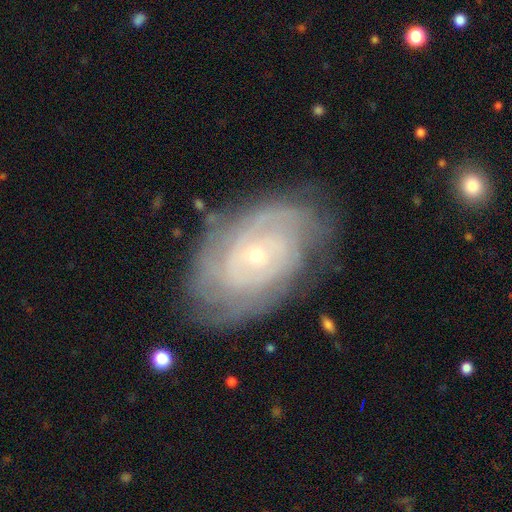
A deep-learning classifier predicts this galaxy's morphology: type=featured or disk (82%); edge-on=no (96%); bar=no (77%); spiral arms=yes (92%); winding=tight (75%); arm count=can't tell (44%); bulge=small (80%); merging=none (74%).